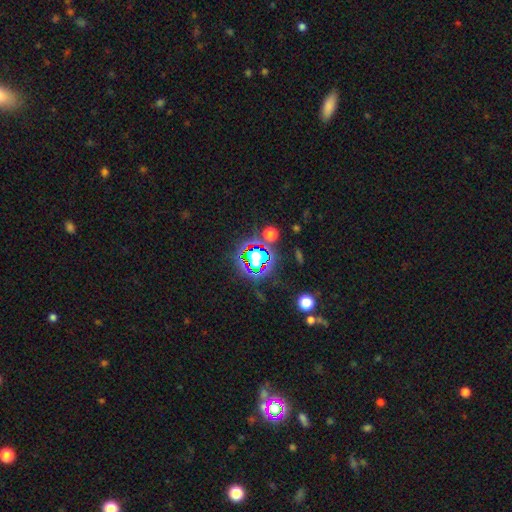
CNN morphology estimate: Q: Smooth or featured?
A: star or artifact (61%); runner-up: smooth (26%)